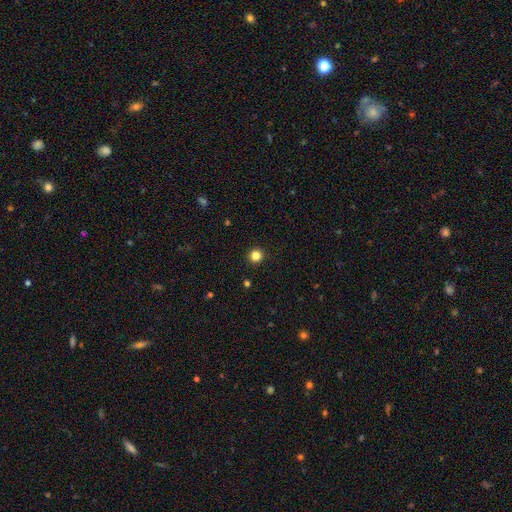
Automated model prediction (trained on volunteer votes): Q: Smooth or featured?
A: smooth (83%); runner-up: star or artifact (13%)
Q: How rounded?
A: round (95%); runner-up: in between (4%)
Q: Merging?
A: none (93%); runner-up: minor disturbance (4%)